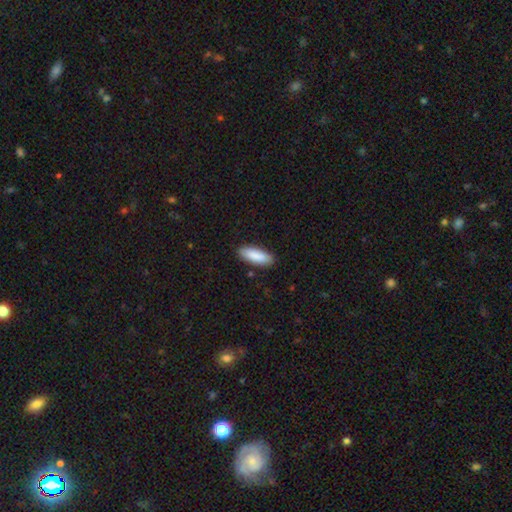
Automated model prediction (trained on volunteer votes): Smooth or featured: smooth — 89% (featured or disk — 6%)
How rounded: in between — 64% (cigar-shaped — 34%)
Merging: none — 87% (minor disturbance — 10%)